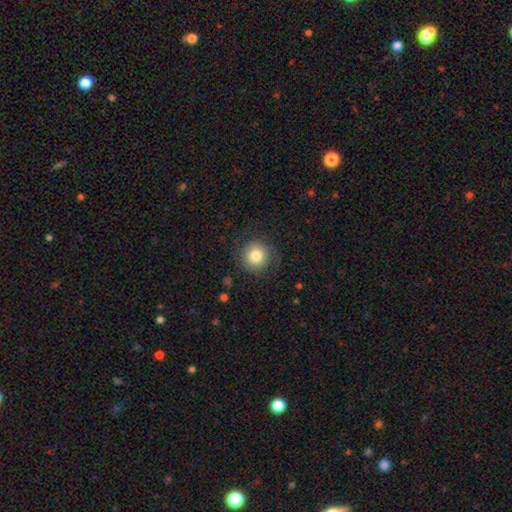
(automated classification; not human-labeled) Smooth or featured: smooth — 82% (star or artifact — 10%)
How rounded: round — 93% (in between — 6%)
Merging: none — 84% (minor disturbance — 11%)